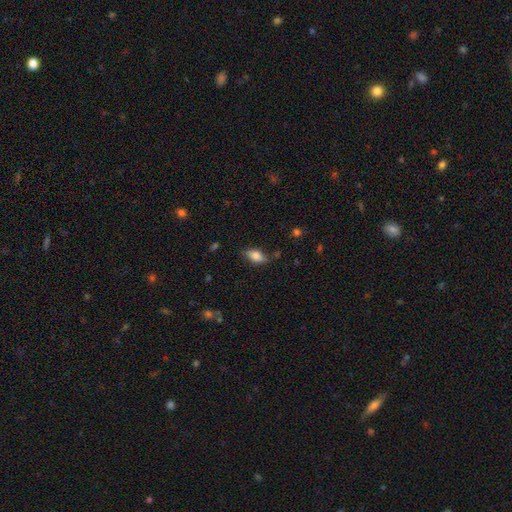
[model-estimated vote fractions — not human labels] smooth_or_featured: smooth (p=0.78) [alt: featured or disk p=0.15]
how_rounded: in between (p=0.86) [alt: cigar-shaped p=0.10]
merging: none (p=0.77) [alt: minor disturbance p=0.18]